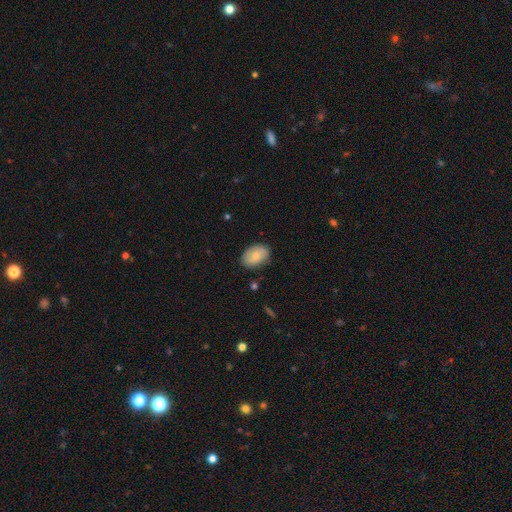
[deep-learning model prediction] Smooth or featured? smooth (76%)
How rounded? in between (86%)
Merging? none (81%)